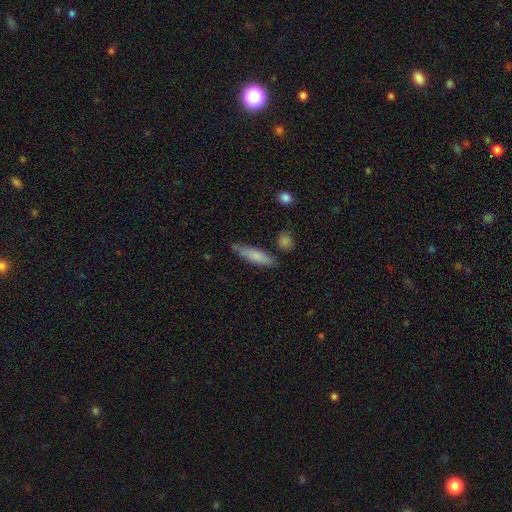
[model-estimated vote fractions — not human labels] Smooth or featured? smooth (78%)
How rounded? cigar-shaped (69%)
Merging? none (75%)